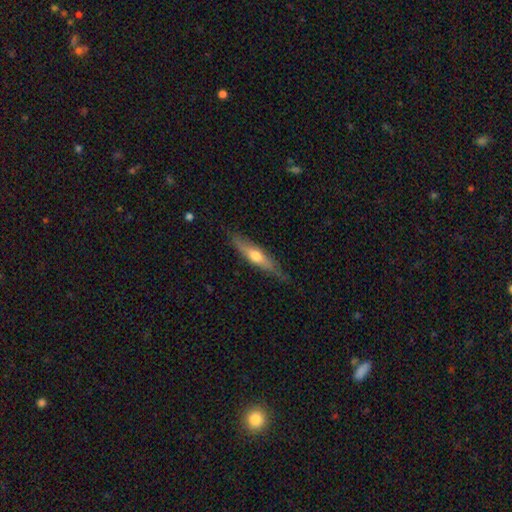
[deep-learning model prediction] Smooth or featured? featured or disk (48%)
Merging? none (76%)